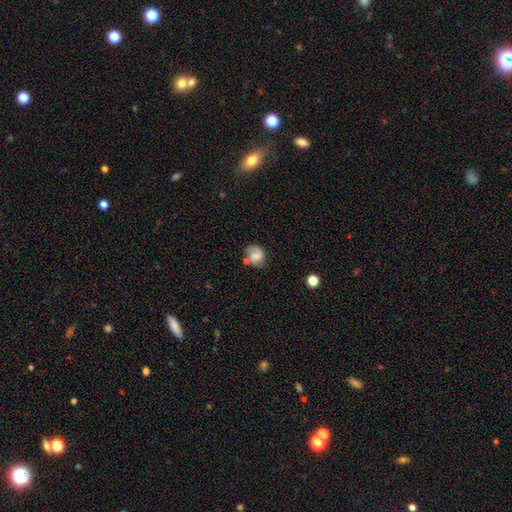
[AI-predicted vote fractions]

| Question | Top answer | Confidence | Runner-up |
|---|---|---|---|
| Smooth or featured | featured or disk | 47% | smooth (43%) |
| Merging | none | 51% | minor disturbance (24%) |